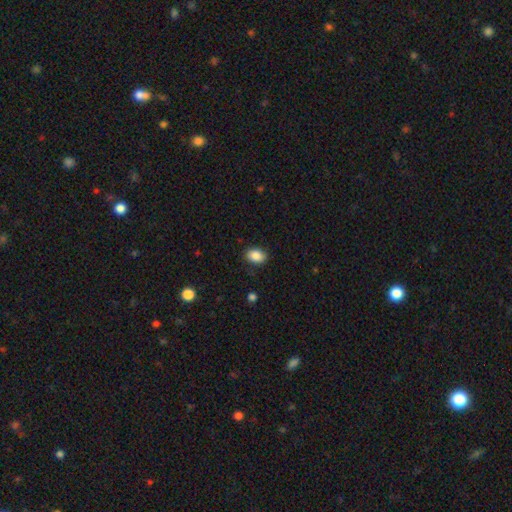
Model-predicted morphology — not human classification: A smooth galaxy with no disk features (88%) that is in between round and cigar-shaped (80%). Merging: none (85%).